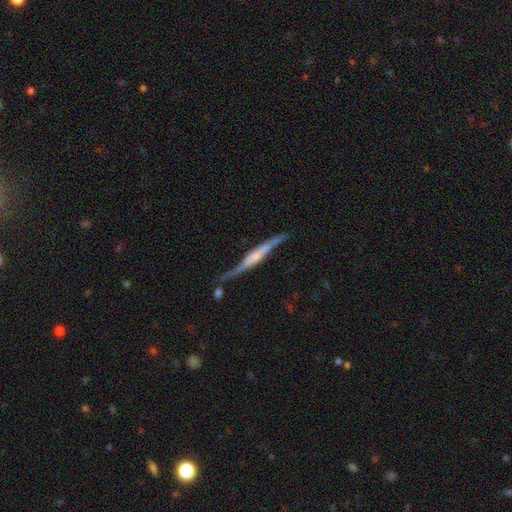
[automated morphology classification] Smooth or featured: featured or disk — 70% (smooth — 24%)
Edge-on disk: yes — 89% (no — 11%)
Edge-on bulge: rounded — 38% (boxy — 36%)
Merging: none — 54% (minor disturbance — 28%)